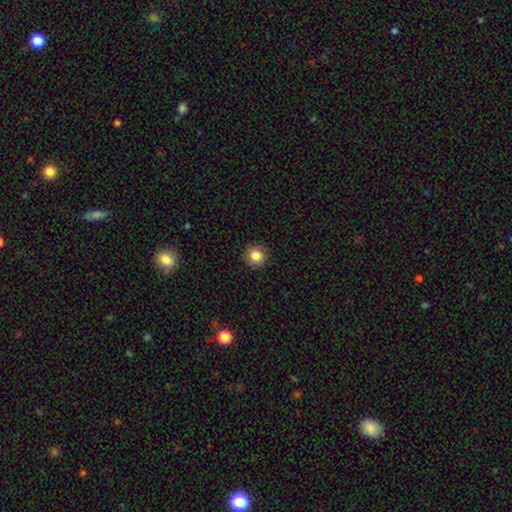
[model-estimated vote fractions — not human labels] The model was most divided on "smooth or featured": smooth: 84%, star or artifact: 10%, featured or disk: 5%. More confident: how rounded — round (93%); merging — none (91%).